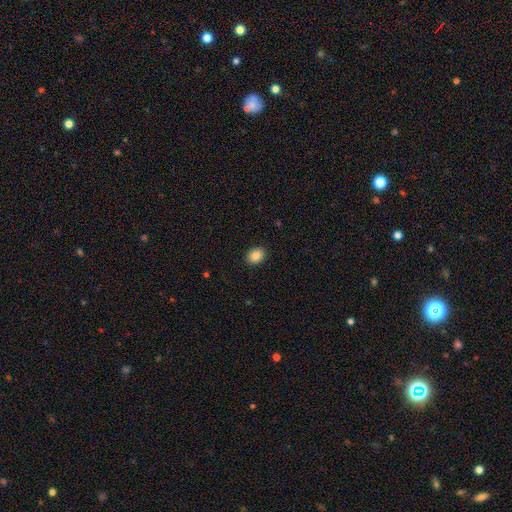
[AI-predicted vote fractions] This is clearly a smooth galaxy (86%). How rounded: possibly in between (52%). Merging: clearly none (90%).